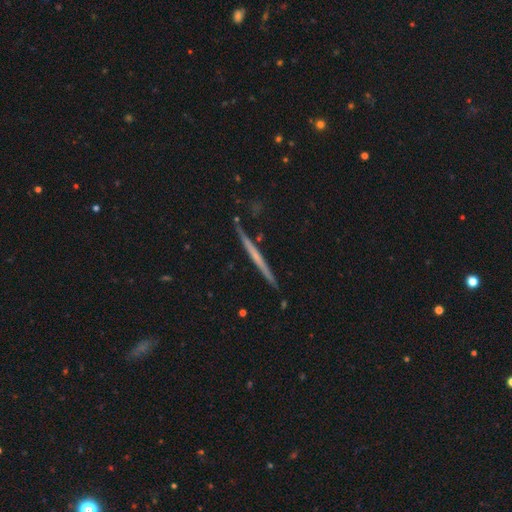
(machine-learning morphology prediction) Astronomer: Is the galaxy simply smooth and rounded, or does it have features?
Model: featured or disk — 63%.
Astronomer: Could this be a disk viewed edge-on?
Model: yes — 98%.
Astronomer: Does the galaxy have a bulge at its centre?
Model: none — 84%.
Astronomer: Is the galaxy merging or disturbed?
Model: none — 88%.